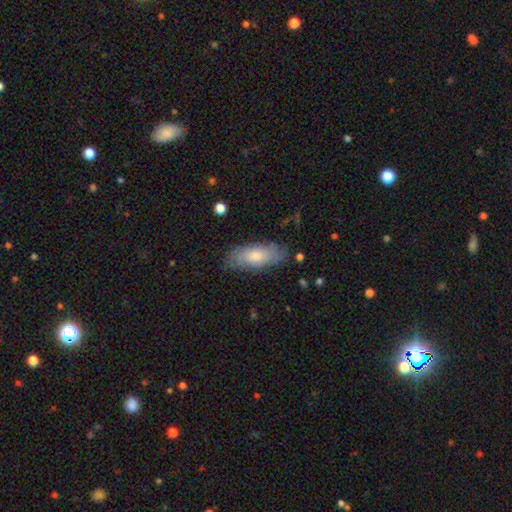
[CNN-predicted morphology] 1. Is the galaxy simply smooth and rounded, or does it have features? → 57% smooth, 36% featured or disk, 7% star or artifact.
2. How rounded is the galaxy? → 78% in between, 20% cigar-shaped, 2% round.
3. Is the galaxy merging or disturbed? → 77% none, 17% minor disturbance, 4% major disturbance, 1% merger.